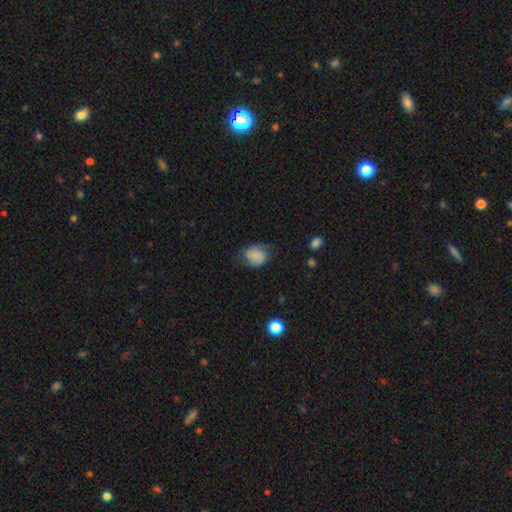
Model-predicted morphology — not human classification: A smooth galaxy with no disk features (50%).

Vote fractions:
- Smooth or featured? smooth: 50% / featured or disk: 41% / star or artifact: 9%
- Merging? none: 60% / minor disturbance: 26% / major disturbance: 12% / merger: 2%